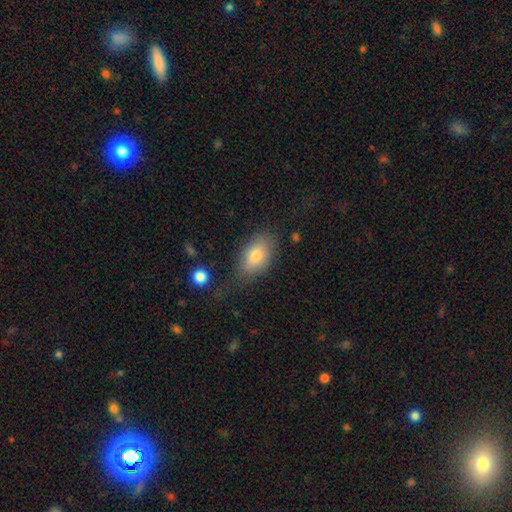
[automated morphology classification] Q: Smooth or featured?
A: smooth (76%); runner-up: featured or disk (16%)
Q: How rounded?
A: in between (88%); runner-up: round (8%)
Q: Merging?
A: none (60%); runner-up: minor disturbance (23%)